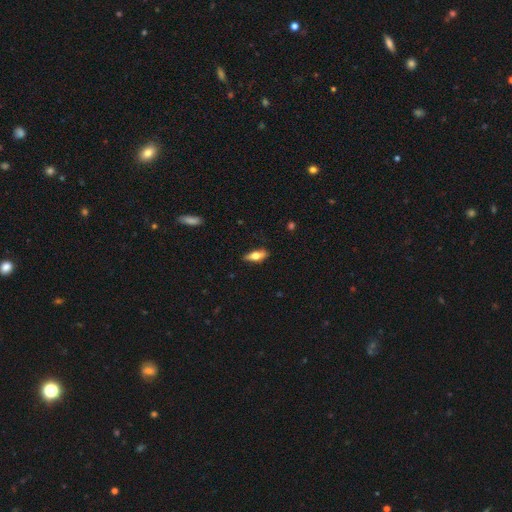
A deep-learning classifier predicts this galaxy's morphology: This is possibly a smooth galaxy (58%). How rounded: likely in between (66%). Merging: clearly none (82%).